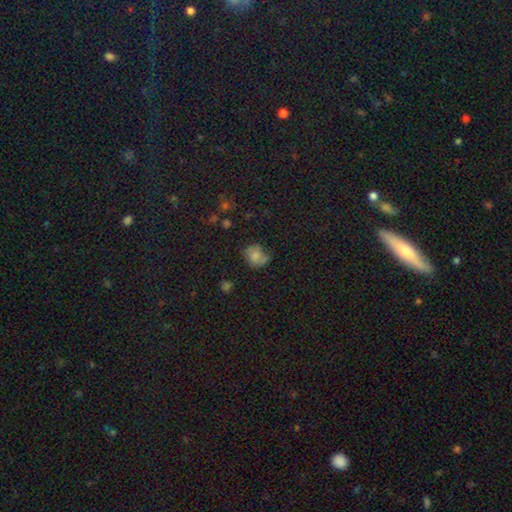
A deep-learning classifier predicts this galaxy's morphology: The model was most divided on "merging": none: 54%, minor disturbance: 30%, major disturbance: 12%, merger: 4%. More confident: smooth or featured — smooth (68%); how rounded — round (68%).